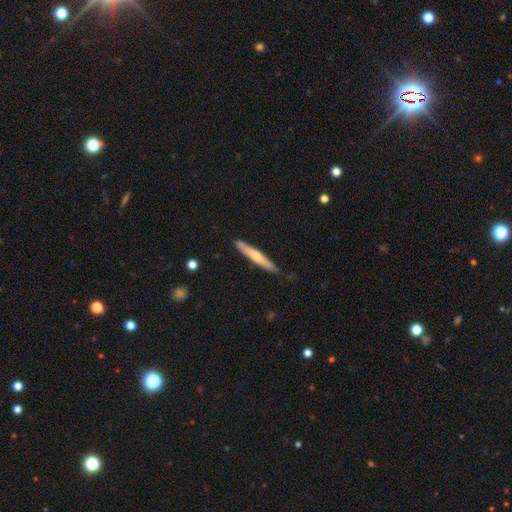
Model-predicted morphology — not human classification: Smooth or featured?
  - featured or disk: 54% *
  - smooth: 40%
  - star or artifact: 6%
Edge-on disk?
  - yes: 94% *
  - no: 6%
Edge-on bulge?
  - rounded: 79% *
  - none: 17%
  - boxy: 4%
Merging?
  - none: 87% *
  - minor disturbance: 10%
  - major disturbance: 2%
  - merger: 1%